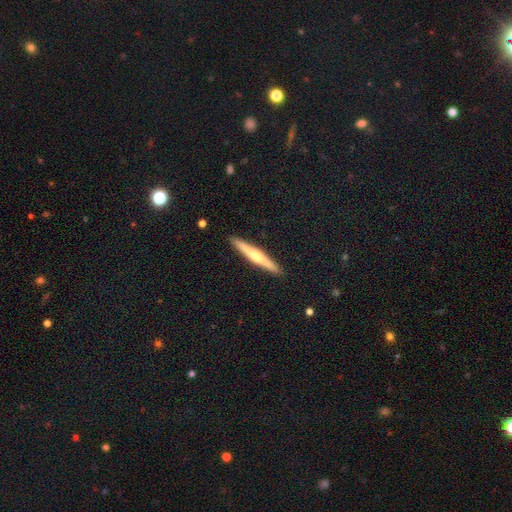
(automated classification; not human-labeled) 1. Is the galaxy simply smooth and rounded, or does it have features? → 58% featured or disk, 37% smooth, 5% star or artifact.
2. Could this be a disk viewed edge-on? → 97% yes, 3% no.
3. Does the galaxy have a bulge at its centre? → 78% rounded, 17% none, 5% boxy.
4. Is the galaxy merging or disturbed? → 92% none, 6% minor disturbance, 1% major disturbance, 1% merger.